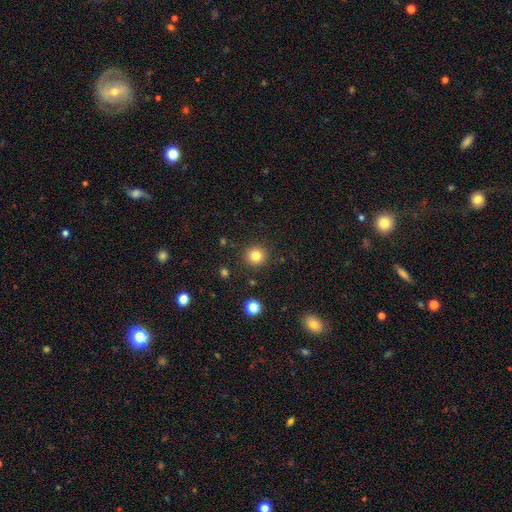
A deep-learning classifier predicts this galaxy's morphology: A smooth galaxy with no disk features (82%) that is round (93%). Merging: none (90%).